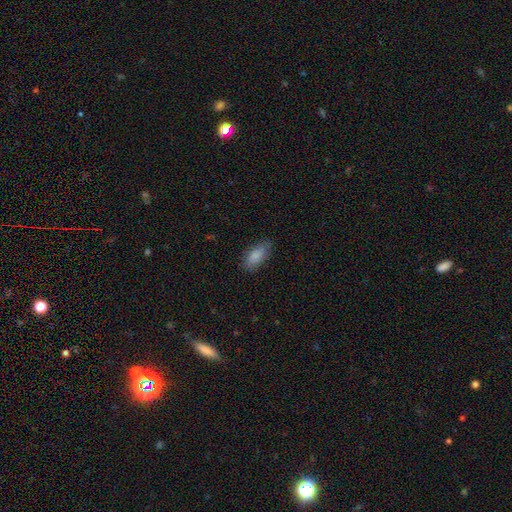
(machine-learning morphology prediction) Smooth or featured?
  - smooth: 86% *
  - featured or disk: 7%
  - star or artifact: 6%
How rounded?
  - in between: 87% *
  - cigar-shaped: 11%
  - round: 2%
Merging?
  - none: 80% *
  - minor disturbance: 15%
  - major disturbance: 3%
  - merger: 1%